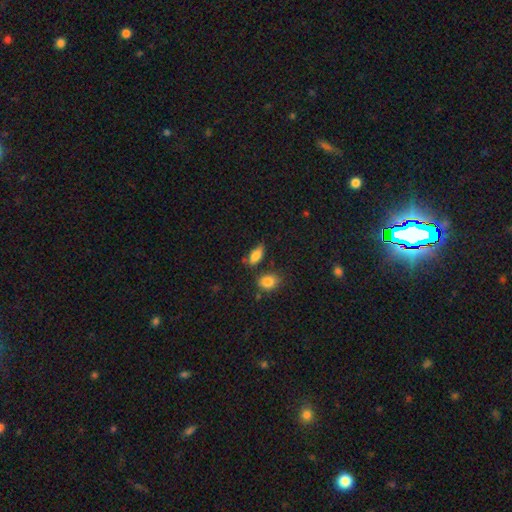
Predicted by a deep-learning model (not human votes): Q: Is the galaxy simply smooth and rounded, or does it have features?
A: smooth — 80%.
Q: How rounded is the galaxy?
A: in between — 83%.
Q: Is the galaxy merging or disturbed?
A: none — 63%.